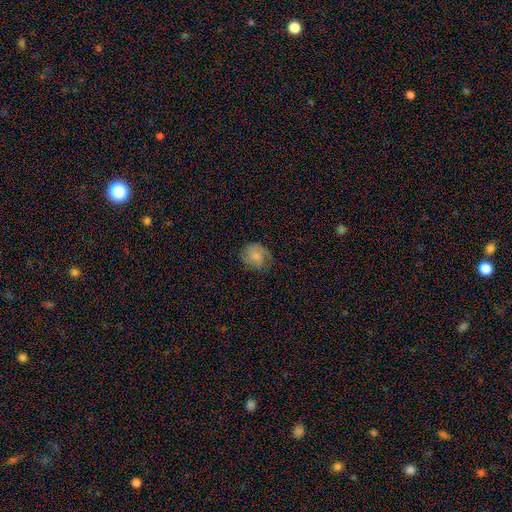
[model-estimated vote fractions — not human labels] A smooth galaxy with no disk features (62%) that is round (65%). Merging: none (62%).